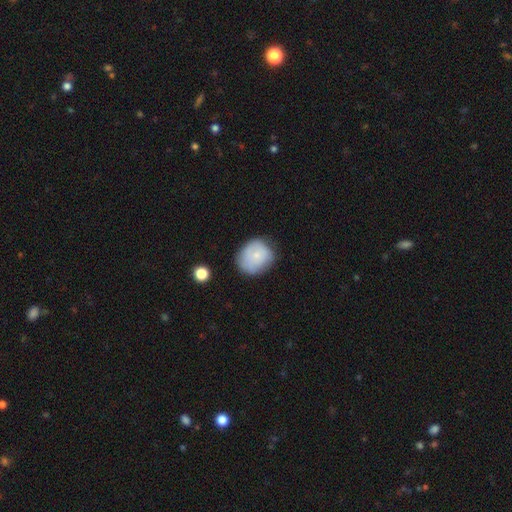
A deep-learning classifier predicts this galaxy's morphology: Smooth or featured: smooth — 74% (featured or disk — 18%)
How rounded: round — 74% (in between — 25%)
Merging: none — 65% (minor disturbance — 26%)